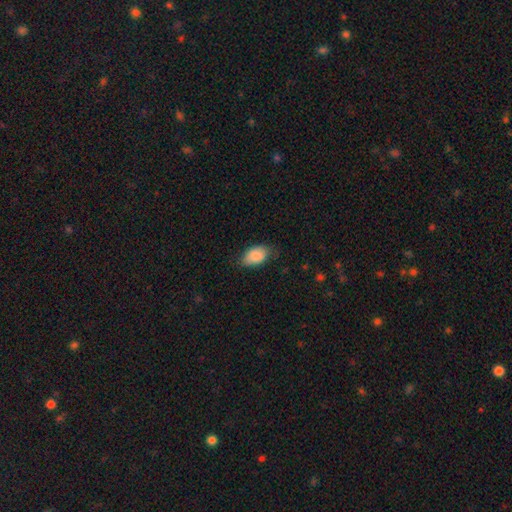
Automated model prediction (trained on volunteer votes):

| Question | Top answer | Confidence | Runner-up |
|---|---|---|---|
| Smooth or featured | smooth | 88% | star or artifact (7%) |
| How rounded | in between | 92% | round (7%) |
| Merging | none | 72% | minor disturbance (23%) |